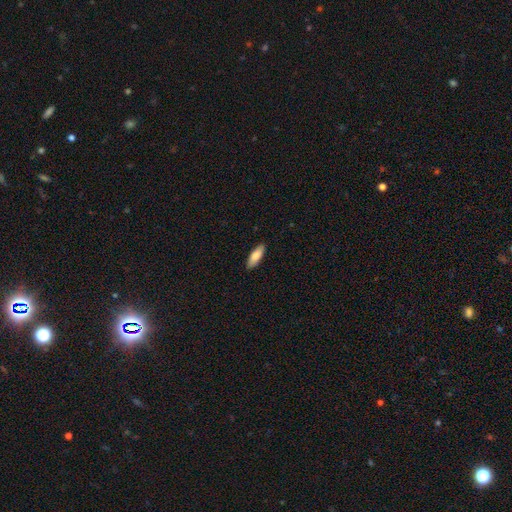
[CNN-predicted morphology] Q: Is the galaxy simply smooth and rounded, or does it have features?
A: smooth — 81%.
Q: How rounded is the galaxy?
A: in between — 64%.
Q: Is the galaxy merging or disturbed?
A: none — 89%.